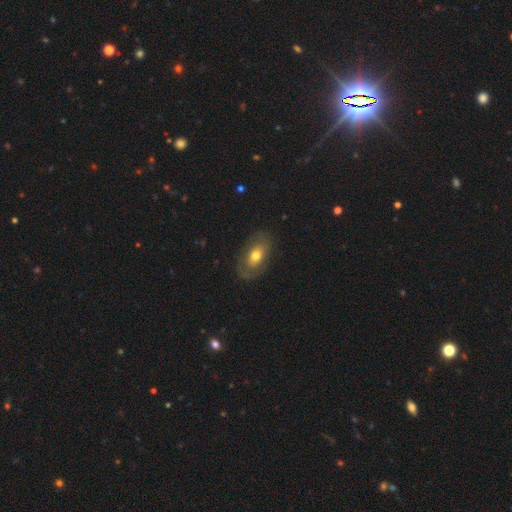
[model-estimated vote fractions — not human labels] Smooth or featured?
  - smooth: 59% *
  - featured or disk: 34%
  - star or artifact: 7%
How rounded?
  - in between: 87% *
  - round: 9%
  - cigar-shaped: 3%
Merging?
  - none: 78% *
  - minor disturbance: 15%
  - major disturbance: 6%
  - merger: 1%